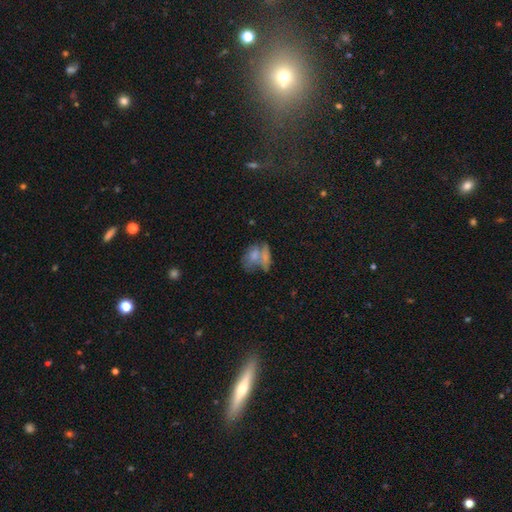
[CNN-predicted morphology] Smooth or featured? smooth (60%)
How rounded? in between (68%)
Merging? merger (45%)